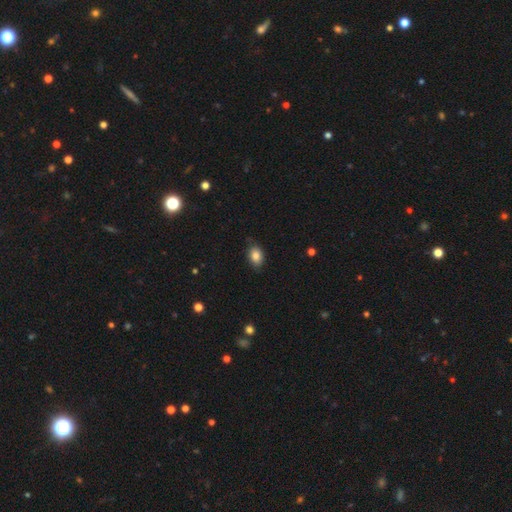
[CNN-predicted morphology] A smooth galaxy with no disk features (84%) that is in between round and cigar-shaped (81%). Merging: none (77%).